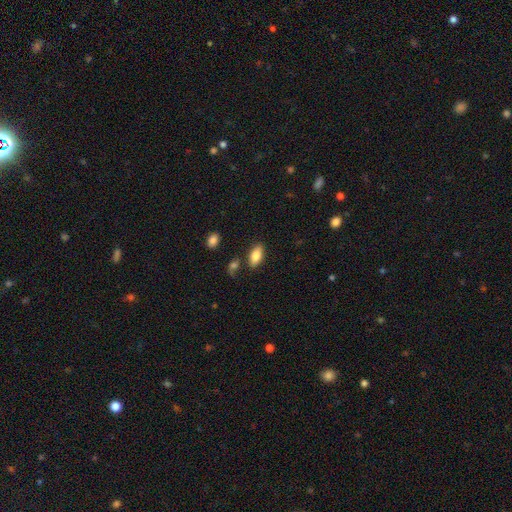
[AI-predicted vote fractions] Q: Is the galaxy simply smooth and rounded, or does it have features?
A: smooth — 81%.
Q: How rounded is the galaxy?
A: in between — 90%.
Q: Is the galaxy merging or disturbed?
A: none — 79%.